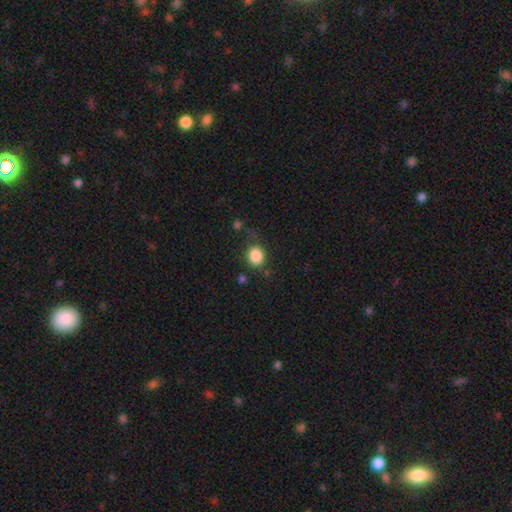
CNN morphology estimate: Smooth or featured?
  - smooth: 86% *
  - star or artifact: 10%
  - featured or disk: 4%
How rounded?
  - round: 65% *
  - in between: 34%
  - cigar-shaped: 1%
Merging?
  - none: 73% *
  - minor disturbance: 17%
  - major disturbance: 6%
  - merger: 4%